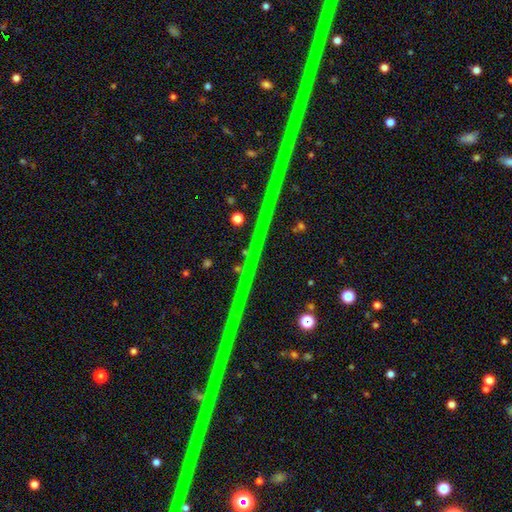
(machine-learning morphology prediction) The model was most divided on "smooth or featured": star or artifact: 76%, featured or disk: 16%, smooth: 8%.